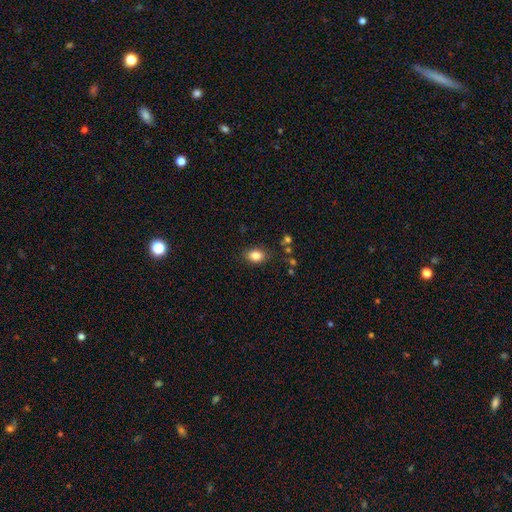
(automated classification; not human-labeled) Q: Smooth or featured?
A: smooth (84%); runner-up: star or artifact (9%)
Q: How rounded?
A: in between (78%); runner-up: round (20%)
Q: Merging?
A: none (83%); runner-up: minor disturbance (11%)